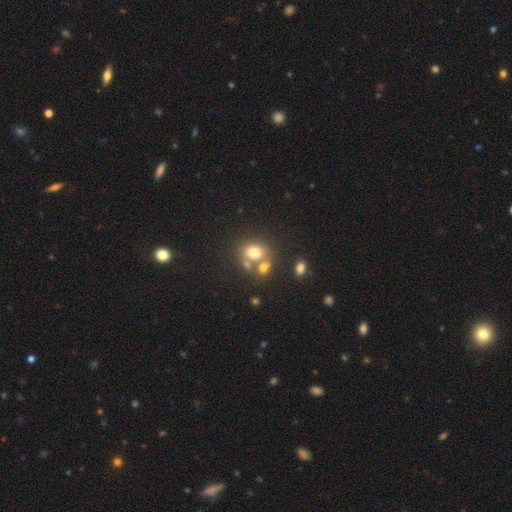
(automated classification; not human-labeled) Smooth or featured? Predicted: smooth (p=0.67). How rounded? Predicted: round (p=0.64). Merging? Predicted: none (p=0.47).